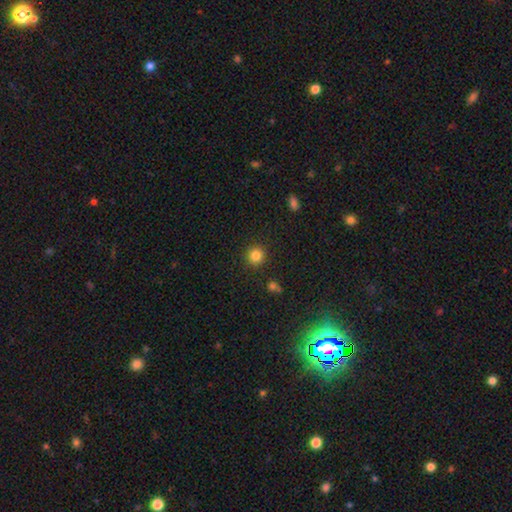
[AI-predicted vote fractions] Q: Smooth or featured?
A: smooth (84%); runner-up: star or artifact (12%)
Q: How rounded?
A: round (93%); runner-up: in between (6%)
Q: Merging?
A: none (90%); runner-up: minor disturbance (6%)